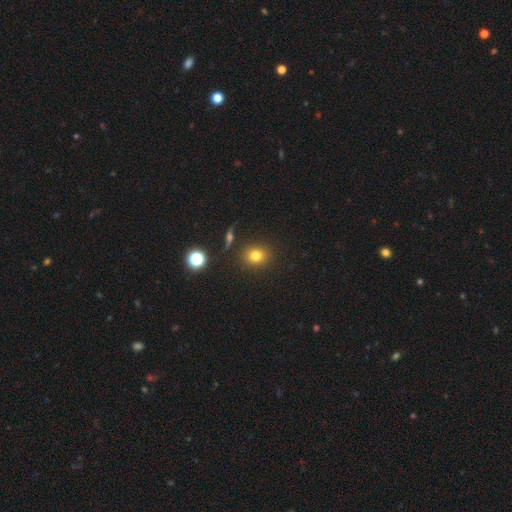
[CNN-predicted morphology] Smooth or featured? Predicted: smooth (p=0.77). How rounded? Predicted: round (p=0.73). Merging? Predicted: none (p=0.86).